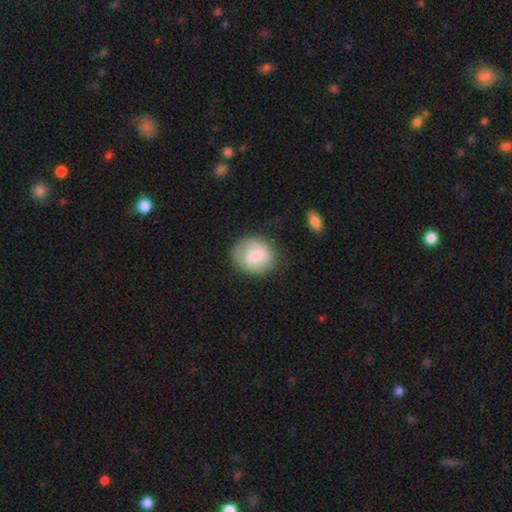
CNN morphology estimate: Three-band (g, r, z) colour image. It shows a smooth galaxy with no disk features (50%). Merging: none (75%).